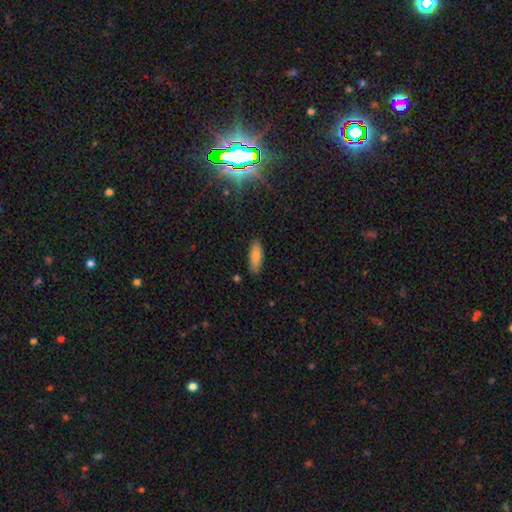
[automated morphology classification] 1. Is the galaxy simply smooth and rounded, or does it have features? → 84% smooth, 9% featured or disk, 7% star or artifact.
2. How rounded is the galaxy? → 67% in between, 31% cigar-shaped, 2% round.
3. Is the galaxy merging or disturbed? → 86% none, 11% minor disturbance, 2% major disturbance, 2% merger.